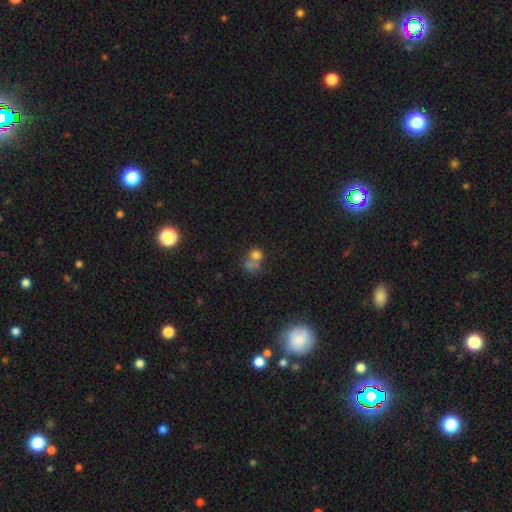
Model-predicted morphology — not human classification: Smooth or featured?
  - smooth: 72% *
  - star or artifact: 15%
  - featured or disk: 13%
How rounded?
  - round: 69% *
  - in between: 30%
  - cigar-shaped: 1%
Merging?
  - merger: 51% *
  - none: 30%
  - minor disturbance: 9%
  - major disturbance: 9%